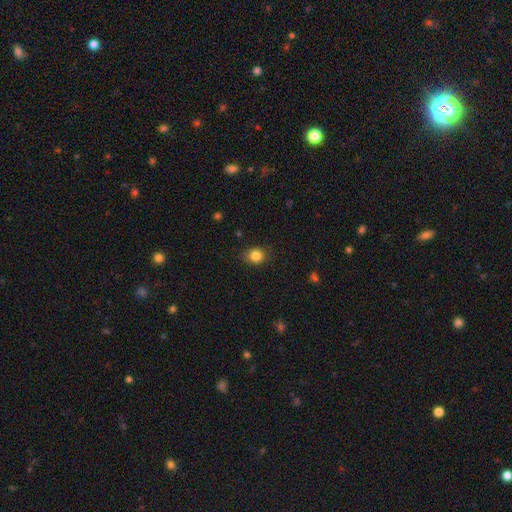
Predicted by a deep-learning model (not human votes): smooth-or-featured: smooth: 84% | star or artifact: 11% | featured or disk: 6%
  how-rounded: round: 66% | in between: 33% | cigar-shaped: 1%
  merging: none: 82% | minor disturbance: 14% | major disturbance: 3% | merger: 1%